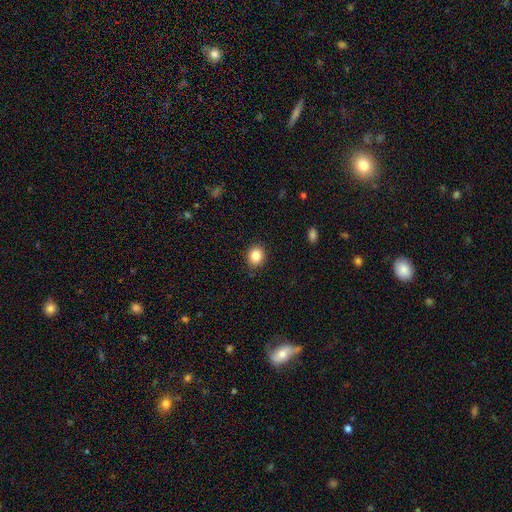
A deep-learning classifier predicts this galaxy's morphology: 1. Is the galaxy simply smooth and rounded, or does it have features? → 85% smooth, 10% star or artifact, 6% featured or disk.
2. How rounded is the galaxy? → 69% round, 30% in between, 1% cigar-shaped.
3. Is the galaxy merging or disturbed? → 88% none, 9% minor disturbance, 2% major disturbance, 1% merger.